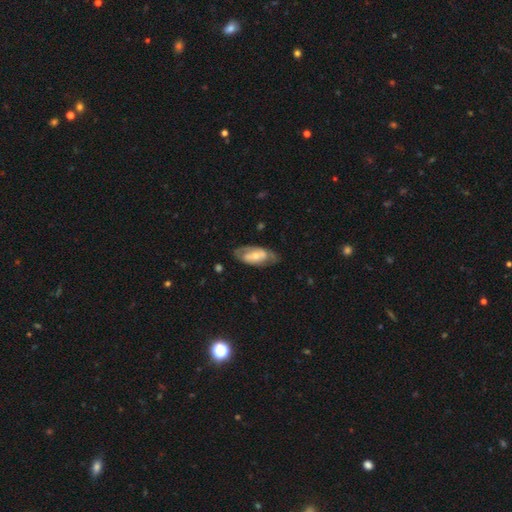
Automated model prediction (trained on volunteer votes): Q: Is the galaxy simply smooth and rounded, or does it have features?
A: featured or disk — 60%.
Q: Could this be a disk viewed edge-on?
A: no — 89%.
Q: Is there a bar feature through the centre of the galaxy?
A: no — 44%.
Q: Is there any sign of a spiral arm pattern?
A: yes — 58%.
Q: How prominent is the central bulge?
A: moderate — 48%.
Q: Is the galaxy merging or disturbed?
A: none — 66%.